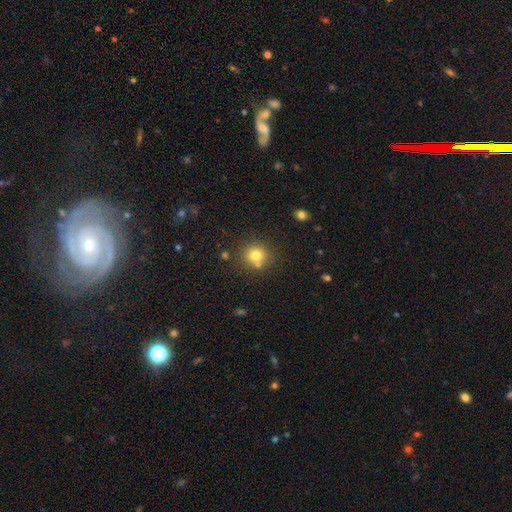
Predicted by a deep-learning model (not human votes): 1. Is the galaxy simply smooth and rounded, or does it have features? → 76% smooth, 14% star or artifact, 10% featured or disk.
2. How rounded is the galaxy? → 86% round, 13% in between, 1% cigar-shaped.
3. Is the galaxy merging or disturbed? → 72% none, 15% merger, 10% minor disturbance, 3% major disturbance.